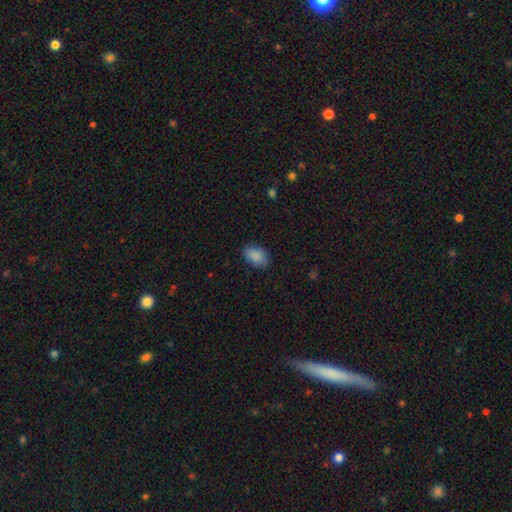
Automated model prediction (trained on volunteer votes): Smooth or featured?
  - smooth: 88% *
  - star or artifact: 7%
  - featured or disk: 5%
How rounded?
  - in between: 88% *
  - round: 11%
  - cigar-shaped: 1%
Merging?
  - none: 82% *
  - minor disturbance: 14%
  - major disturbance: 3%
  - merger: 1%